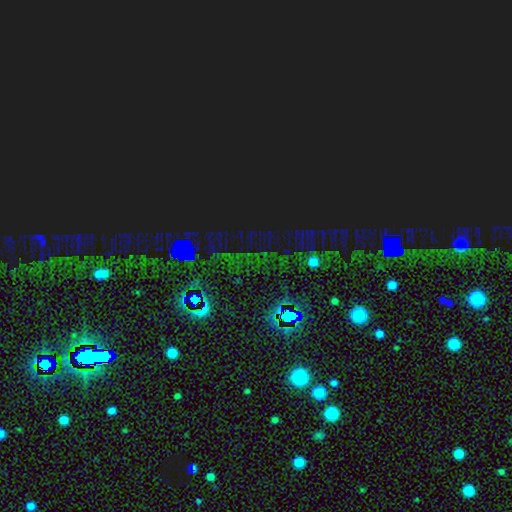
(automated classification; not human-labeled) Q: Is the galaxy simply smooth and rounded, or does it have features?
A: star or artifact — 83%.